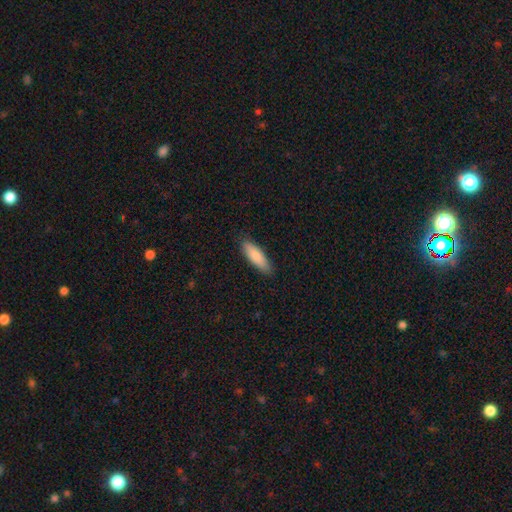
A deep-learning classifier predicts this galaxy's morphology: Smooth or featured: smooth — 85% (featured or disk — 10%)
How rounded: cigar-shaped — 52% (in between — 47%)
Merging: none — 87% (minor disturbance — 10%)